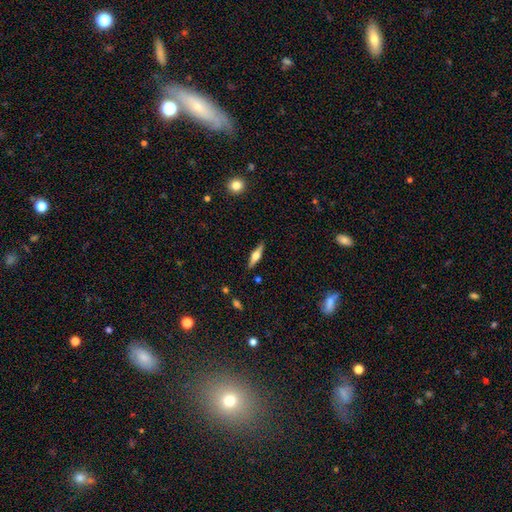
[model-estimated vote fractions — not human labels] Smooth or featured? featured or disk (59%)
Edge-on disk? yes (96%)
Edge-on bulge? rounded (90%)
Merging? none (89%)